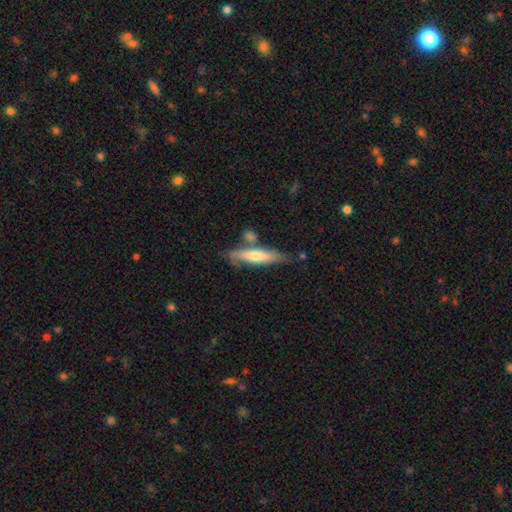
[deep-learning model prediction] Overall: smooth (52%; featured or disk 43%). How rounded: cigar-shaped (83%). Merging: none (67%).